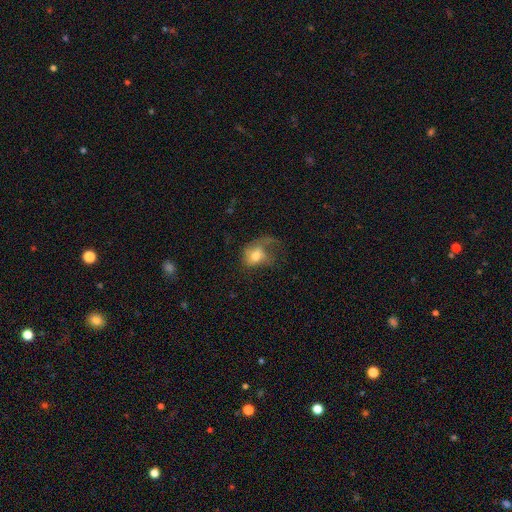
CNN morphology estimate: smooth_or_featured: smooth (p=0.55) [alt: featured or disk p=0.36]
how_rounded: in between (p=0.64) [alt: round p=0.35]
merging: major disturbance (p=0.57) [alt: none p=0.20]